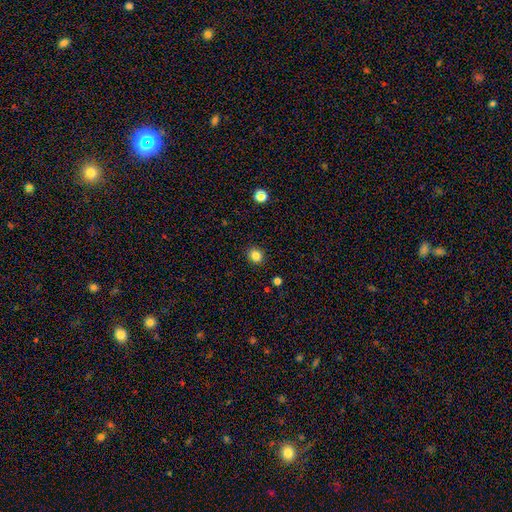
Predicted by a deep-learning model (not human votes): Morphology: type=smooth (84%); roundness=round (80%); merging=none (91%).